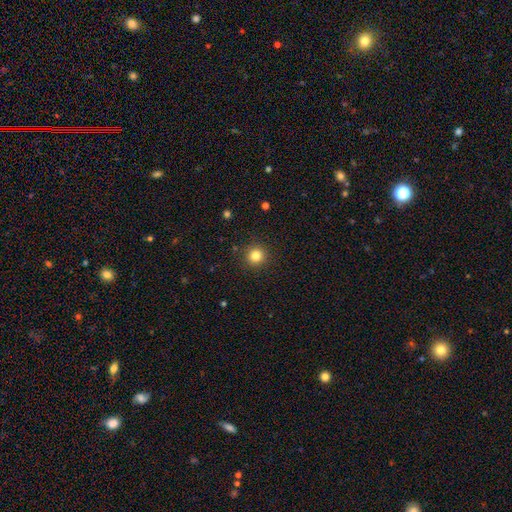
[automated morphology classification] This is clearly a smooth galaxy (82%). How rounded: clearly round (94%). Merging: clearly none (91%).